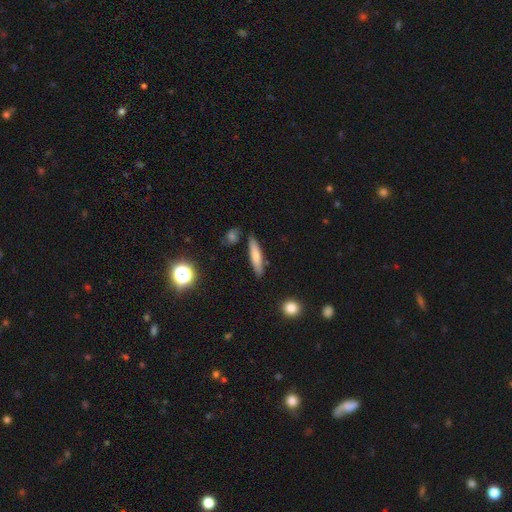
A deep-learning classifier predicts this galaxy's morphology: Overall: smooth (70%). How rounded: cigar-shaped (82%). Merging: none (83%).